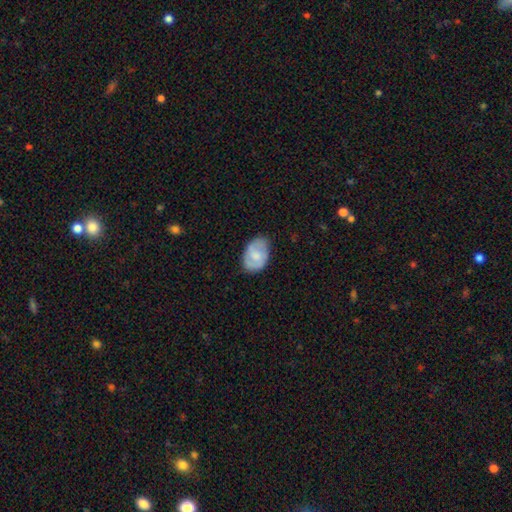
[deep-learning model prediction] This appears to be a smooth galaxy with no disk features (57%) that is in between round and cigar-shaped (84%). Merging: none (68%).